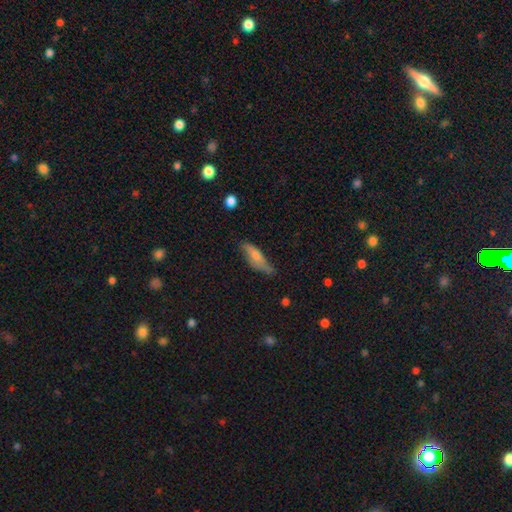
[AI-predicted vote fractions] Q: Smooth or featured?
A: smooth (54%); runner-up: featured or disk (38%)
Q: How rounded?
A: cigar-shaped (52%); runner-up: in between (45%)
Q: Merging?
A: none (63%); runner-up: minor disturbance (28%)